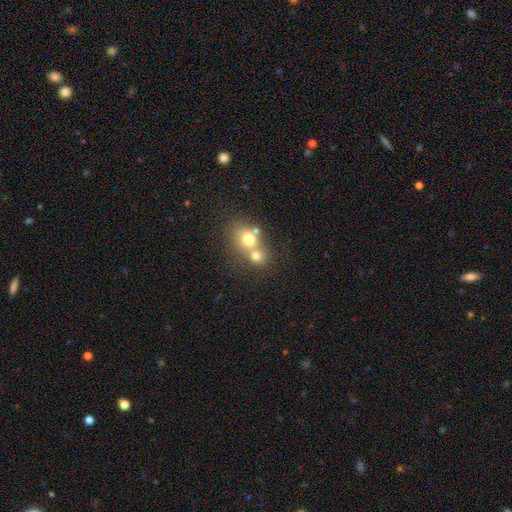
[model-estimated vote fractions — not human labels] smooth-or-featured: smooth: 68% | featured or disk: 19% | star or artifact: 13%
  how-rounded: round: 65% | in between: 33% | cigar-shaped: 1%
  merging: merger: 60% | none: 31% | minor disturbance: 6% | major disturbance: 3%